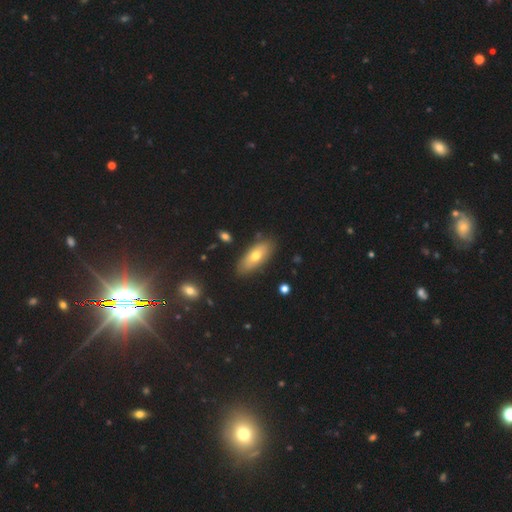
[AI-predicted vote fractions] smooth_or_featured: smooth (p=0.63) [alt: featured or disk p=0.30]
how_rounded: in between (p=0.77) [alt: cigar-shaped p=0.20]
merging: none (p=0.83) [alt: minor disturbance p=0.12]